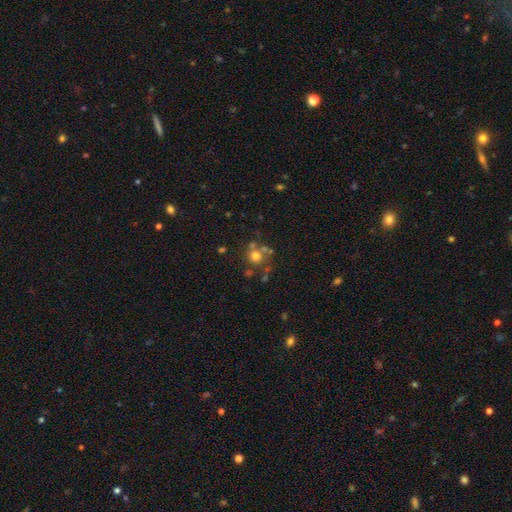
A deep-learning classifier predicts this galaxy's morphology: Smooth or featured?
  - smooth: 67% *
  - star or artifact: 17%
  - featured or disk: 17%
How rounded?
  - round: 89% *
  - in between: 10%
  - cigar-shaped: 1%
Merging?
  - none: 60% *
  - merger: 23%
  - minor disturbance: 11%
  - major disturbance: 6%